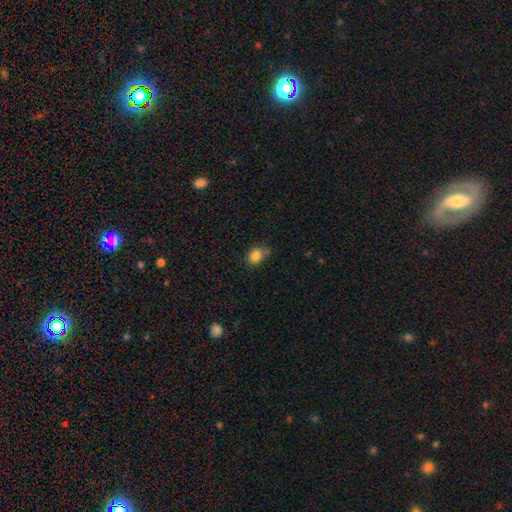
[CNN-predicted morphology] Q: Smooth or featured?
A: smooth (85%); runner-up: star or artifact (10%)
Q: How rounded?
A: in between (51%); runner-up: round (48%)
Q: Merging?
A: none (66%); runner-up: minor disturbance (20%)